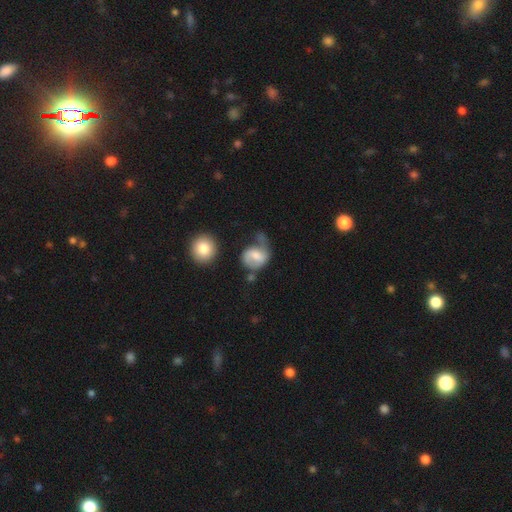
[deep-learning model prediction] Smooth or featured? Predicted: featured or disk (p=0.54). Edge-on disk? Predicted: no (p=0.97). Bar? Predicted: weak (p=0.49). Spiral arms? Predicted: yes (p=0.82). Bulge size? Predicted: moderate (p=0.46). Merging? Predicted: major disturbance (p=0.34).